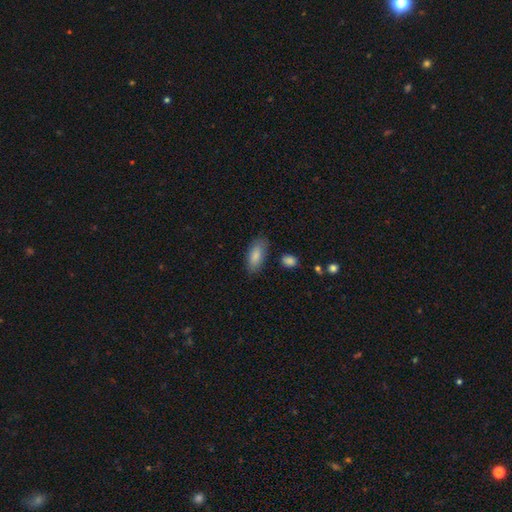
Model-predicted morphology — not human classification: Overall: smooth (85%). How rounded: in between (88%). Merging: none (80%).